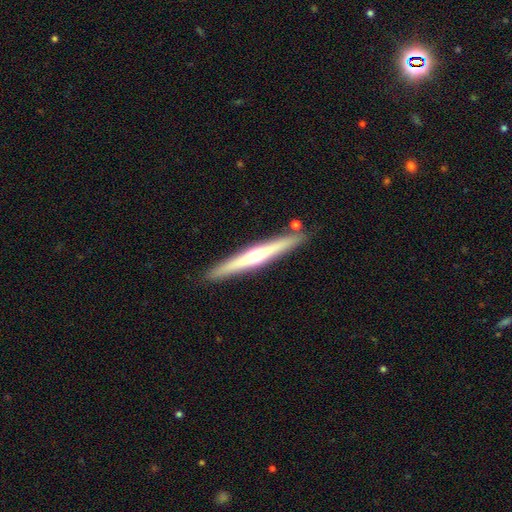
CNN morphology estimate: smooth-or-featured: featured or disk: 66% | smooth: 29% | star or artifact: 5%
  disk-edge-on: yes: 97% | no: 3%
    edge-on-bulge: rounded: 86% | none: 11% | boxy: 3%
  merging: none: 88% | minor disturbance: 8% | merger: 3% | major disturbance: 2%